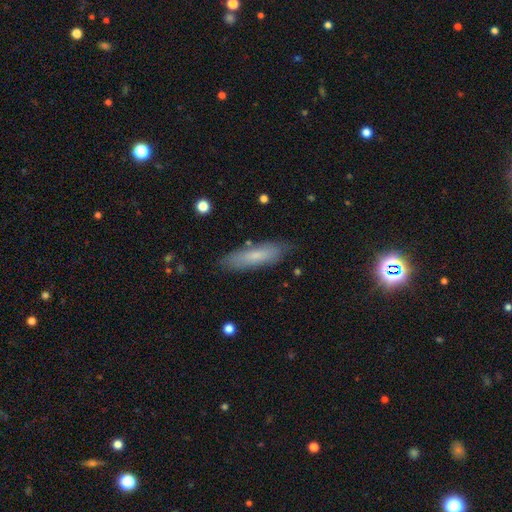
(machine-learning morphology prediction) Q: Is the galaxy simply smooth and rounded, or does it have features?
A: smooth — 71%.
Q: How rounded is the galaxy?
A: cigar-shaped — 68%.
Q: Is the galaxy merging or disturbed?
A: none — 81%.